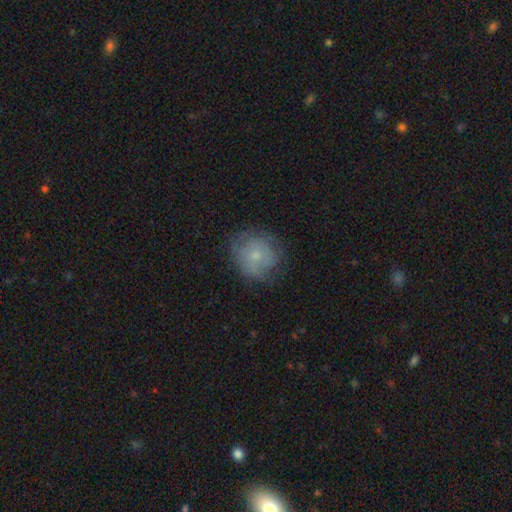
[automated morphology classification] Smooth or featured: smooth — 57% (featured or disk — 34%)
How rounded: round — 85% (in between — 14%)
Merging: none — 68% (minor disturbance — 22%)